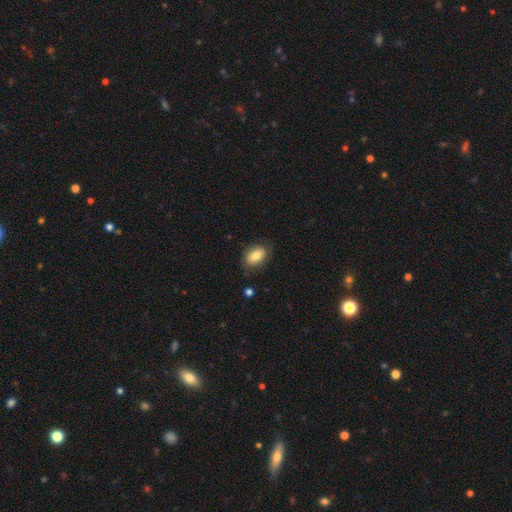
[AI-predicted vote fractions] Smooth or featured?
  - smooth: 79% *
  - featured or disk: 13%
  - star or artifact: 7%
How rounded?
  - in between: 85% *
  - round: 13%
  - cigar-shaped: 2%
Merging?
  - none: 78% *
  - minor disturbance: 16%
  - major disturbance: 4%
  - merger: 1%